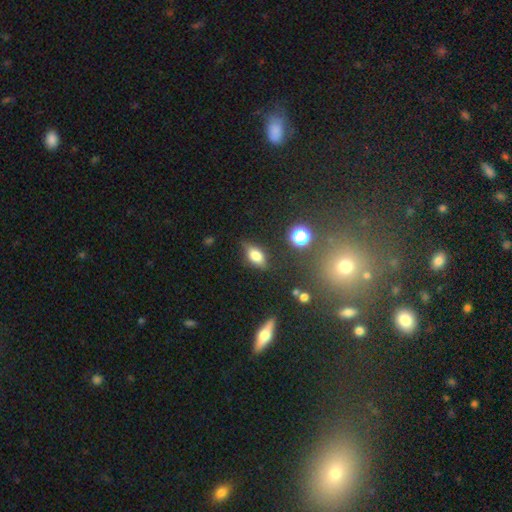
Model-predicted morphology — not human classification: This appears to be a smooth galaxy with no disk features (69%) that is in between round and cigar-shaped (81%). Merging: none (71%).